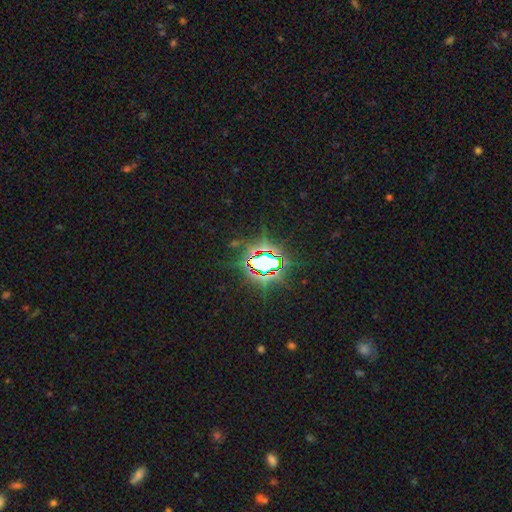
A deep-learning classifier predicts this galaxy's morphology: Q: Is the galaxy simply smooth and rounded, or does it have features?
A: star or artifact — 77%.